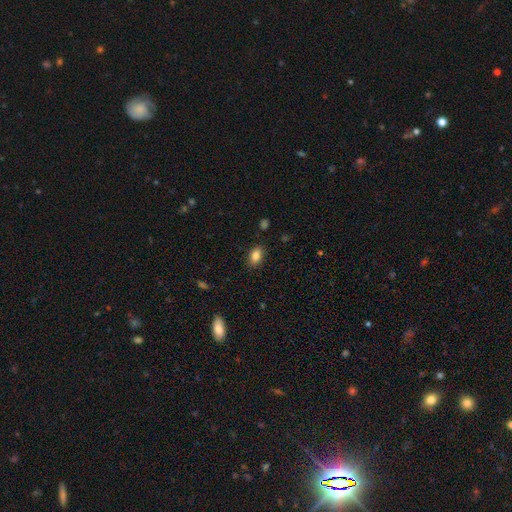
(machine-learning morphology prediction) A smooth galaxy with no disk features (84%) that is in between round and cigar-shaped (87%). Merging: none (86%).